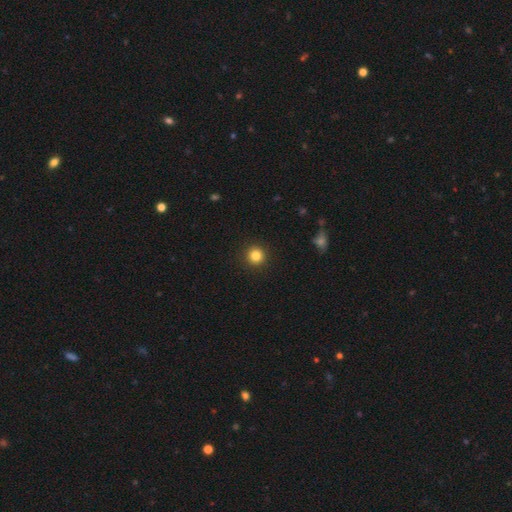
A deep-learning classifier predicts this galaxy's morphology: type=smooth (83%); roundness=round (94%); merging=none (92%).